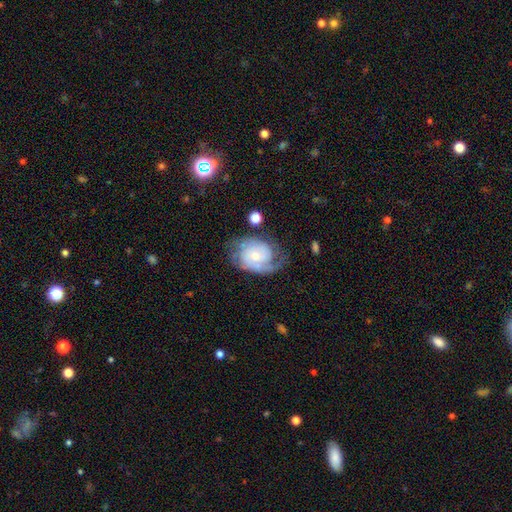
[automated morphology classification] featured or disk 77%, smooth 17%, star or artifact 6%. Down the decision tree: edge-on disk — no (97%); bar — no (71%); spiral arms — yes (92%); spiral arm count — 2 (50%); spiral winding — tight (51%); bulge size — small (58%); merging — none (59%).